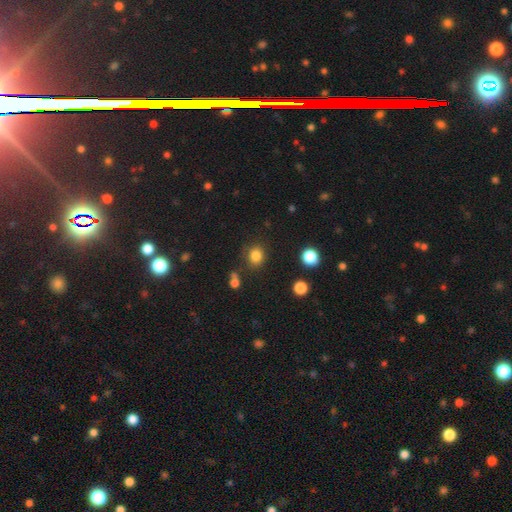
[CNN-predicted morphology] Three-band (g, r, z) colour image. It shows a smooth galaxy with no disk features (83%) that is round (78%). Merging: none (81%).